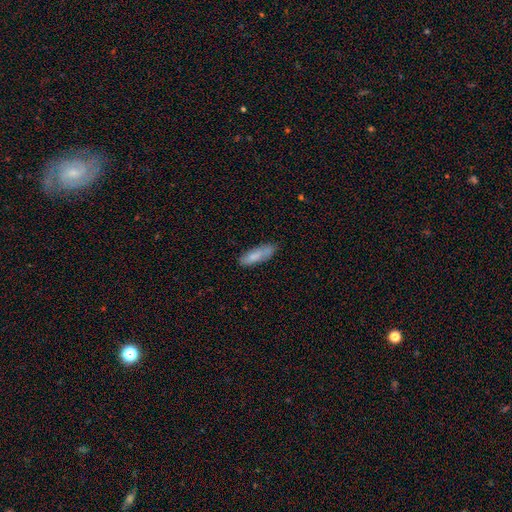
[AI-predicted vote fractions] A smooth galaxy with no disk features (78%) that is cigar-shaped (54%).

Vote fractions:
- Smooth or featured? smooth: 78% / featured or disk: 16% / star or artifact: 7%
- How rounded? cigar-shaped: 54% / in between: 44% / round: 2%
- Merging? none: 72% / minor disturbance: 21% / major disturbance: 4% / merger: 4%